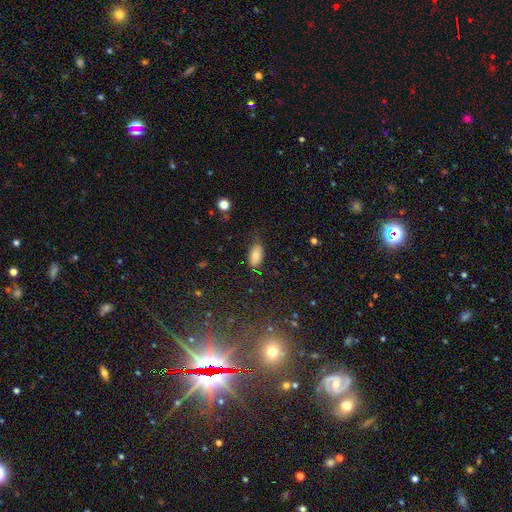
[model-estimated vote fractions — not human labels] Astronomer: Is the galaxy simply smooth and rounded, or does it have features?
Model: smooth — 76%.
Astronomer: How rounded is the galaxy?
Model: in between — 91%.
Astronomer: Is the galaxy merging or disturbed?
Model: none — 74%.